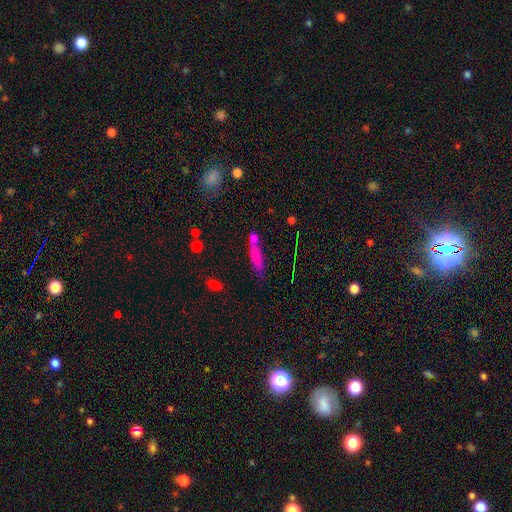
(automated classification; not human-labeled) Overall: smooth (72%). How rounded: cigar-shaped (71%). Merging: none (49%; merger 27%).